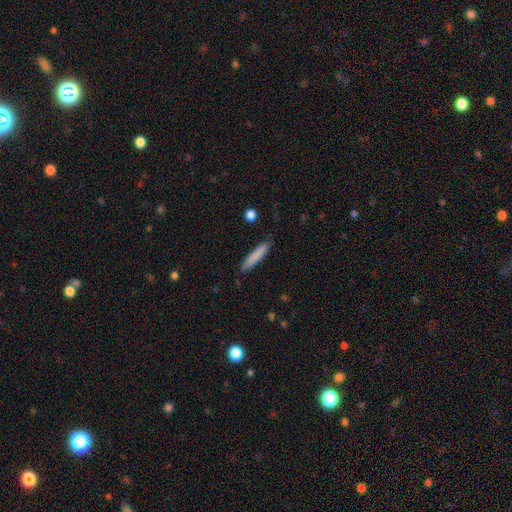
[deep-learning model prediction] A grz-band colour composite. It shows a smooth galaxy with no disk features (83%) that is cigar-shaped (90%). Merging: none (86%).